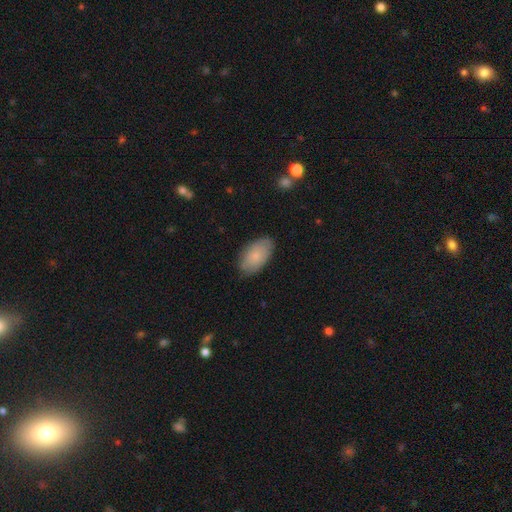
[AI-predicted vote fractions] Q: Smooth or featured?
A: smooth (76%); runner-up: featured or disk (18%)
Q: How rounded?
A: in between (94%); runner-up: round (4%)
Q: Merging?
A: none (81%); runner-up: minor disturbance (15%)